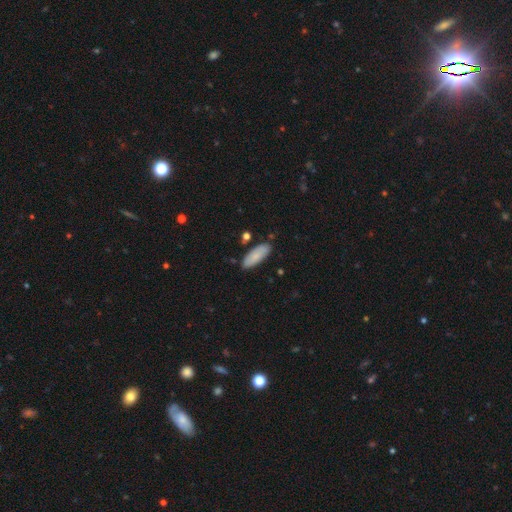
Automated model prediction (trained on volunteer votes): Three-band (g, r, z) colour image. It shows a smooth galaxy with no disk features (84%) that is in between round and cigar-shaped (73%). Merging: none (82%).